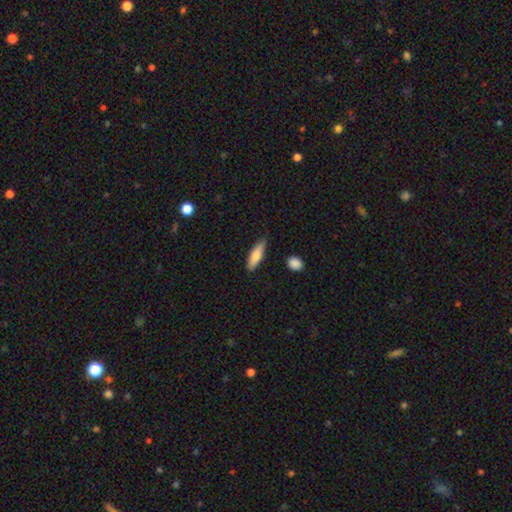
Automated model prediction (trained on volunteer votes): The model was most divided on "how rounded": cigar-shaped: 56%, in between: 42%, round: 2%. More confident: merging — none (83%); smooth or featured — smooth (76%).